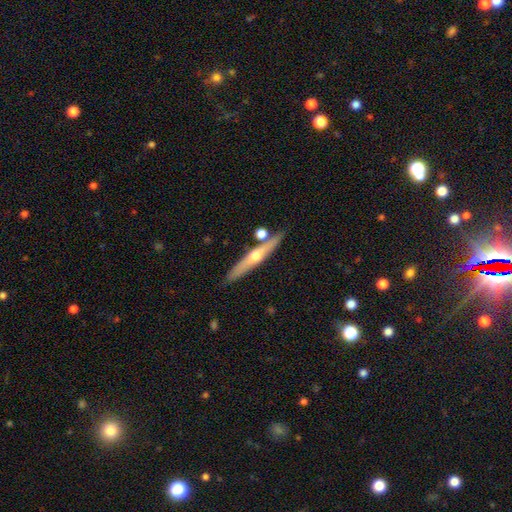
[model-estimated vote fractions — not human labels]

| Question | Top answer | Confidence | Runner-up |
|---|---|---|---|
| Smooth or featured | featured or disk | 61% | smooth (33%) |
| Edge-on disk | yes | 95% | no (5%) |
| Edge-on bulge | rounded | 89% | none (9%) |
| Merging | none | 81% | minor disturbance (10%) |